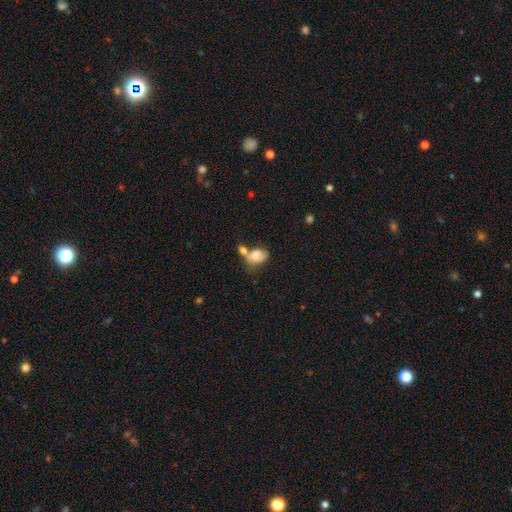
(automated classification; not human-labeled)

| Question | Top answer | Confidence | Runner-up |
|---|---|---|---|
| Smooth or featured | smooth | 73% | featured or disk (18%) |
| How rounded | in between | 82% | round (16%) |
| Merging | merger | 47% | none (24%) |